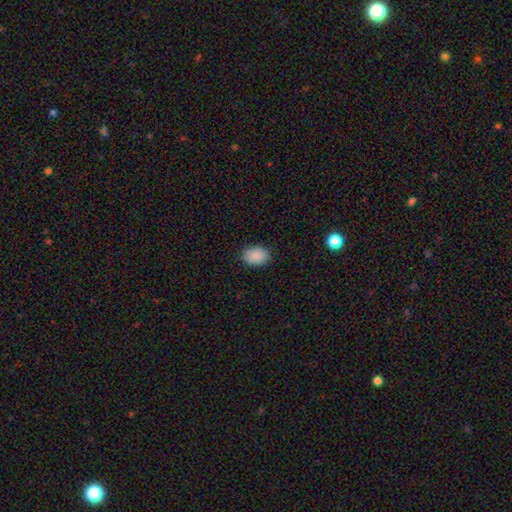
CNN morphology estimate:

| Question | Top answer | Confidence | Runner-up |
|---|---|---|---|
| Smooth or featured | smooth | 89% | star or artifact (8%) |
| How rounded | in between | 77% | round (22%) |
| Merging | none | 87% | minor disturbance (10%) |